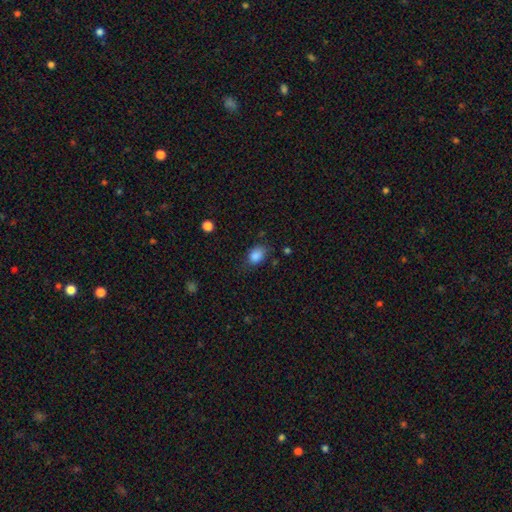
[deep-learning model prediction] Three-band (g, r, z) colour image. It shows a smooth galaxy with no disk features (85%) that is in between round and cigar-shaped (75%). Merging: none (70%).